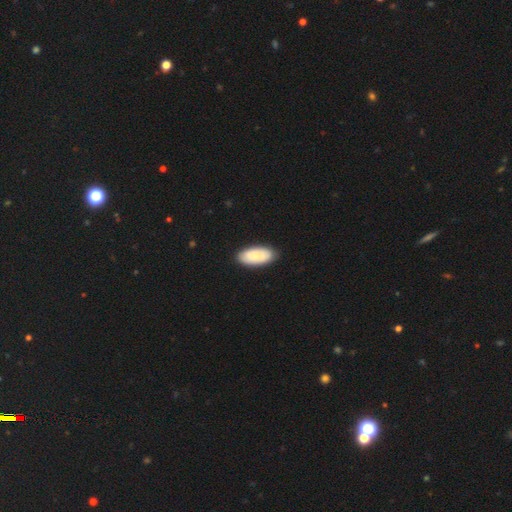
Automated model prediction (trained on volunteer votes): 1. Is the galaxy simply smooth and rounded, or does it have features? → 81% smooth, 14% featured or disk, 6% star or artifact.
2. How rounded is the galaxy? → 92% in between, 6% cigar-shaped, 2% round.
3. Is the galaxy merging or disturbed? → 86% none, 11% minor disturbance, 2% major disturbance, 1% merger.